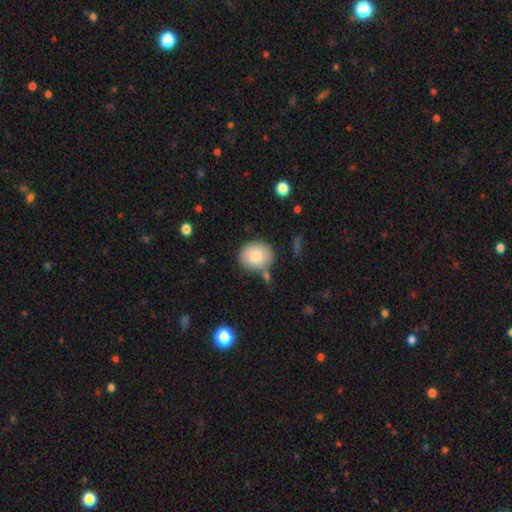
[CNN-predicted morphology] This is clearly a smooth galaxy (84%). How rounded: likely round (77%). Merging: likely none (75%).